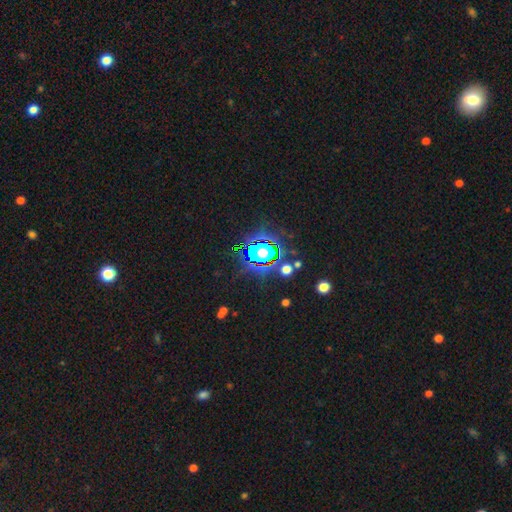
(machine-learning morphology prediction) The model was most divided on "smooth or featured": star or artifact: 67%, smooth: 19%, featured or disk: 14%.